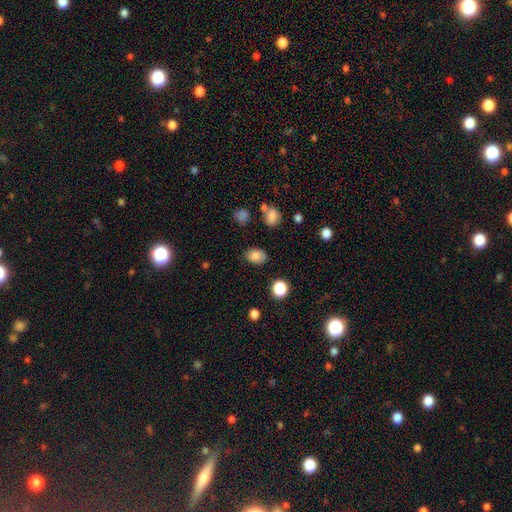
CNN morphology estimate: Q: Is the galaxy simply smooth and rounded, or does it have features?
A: smooth — 82%.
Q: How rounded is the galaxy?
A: in between — 73%.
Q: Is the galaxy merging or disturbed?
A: none — 81%.